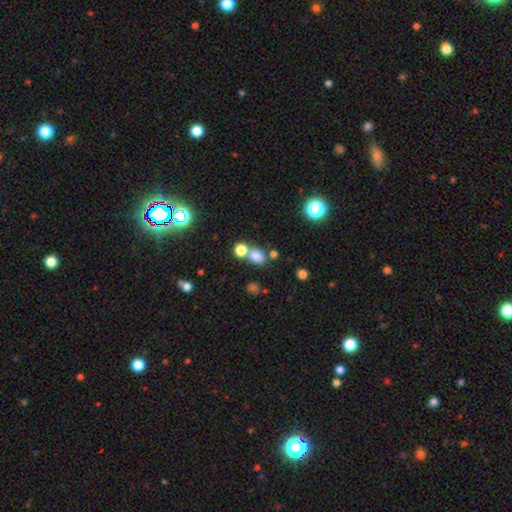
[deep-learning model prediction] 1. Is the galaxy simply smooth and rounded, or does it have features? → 76% smooth, 17% star or artifact, 7% featured or disk.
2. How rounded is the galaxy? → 52% round, 46% in between, 1% cigar-shaped.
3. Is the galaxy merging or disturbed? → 58% none, 29% merger, 10% minor disturbance, 4% major disturbance.